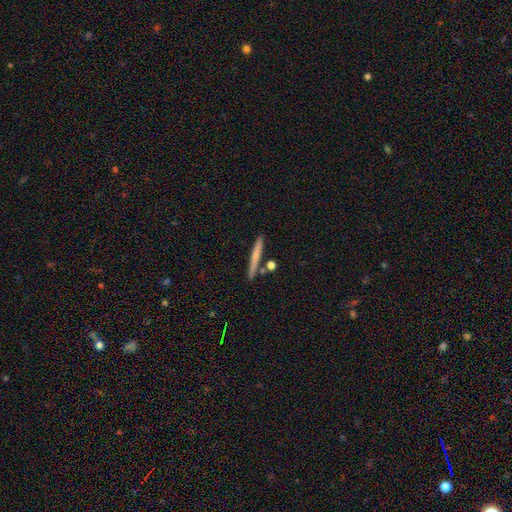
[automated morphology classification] Smooth or featured? Predicted: smooth (p=0.60). How rounded? Predicted: cigar-shaped (p=0.95). Merging? Predicted: none (p=0.84).